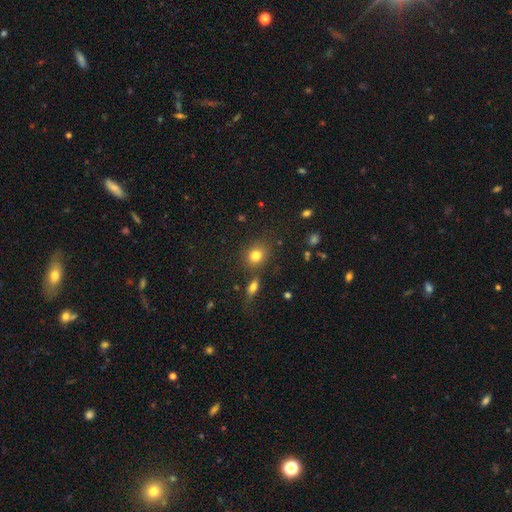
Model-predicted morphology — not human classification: A smooth galaxy with no disk features (78%) that is round (67%).

Vote fractions:
- Smooth or featured? smooth: 78% / star or artifact: 13% / featured or disk: 9%
- How rounded? round: 67% / in between: 32% / cigar-shaped: 1%
- Merging? none: 75% / minor disturbance: 11% / merger: 9% / major disturbance: 4%